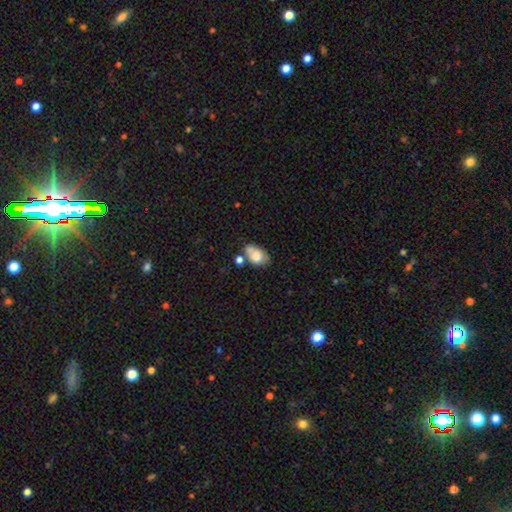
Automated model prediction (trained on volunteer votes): Smooth or featured?
  - smooth: 75% *
  - featured or disk: 17%
  - star or artifact: 8%
How rounded?
  - in between: 87% *
  - round: 11%
  - cigar-shaped: 1%
Merging?
  - none: 43% *
  - minor disturbance: 24%
  - merger: 23%
  - major disturbance: 9%